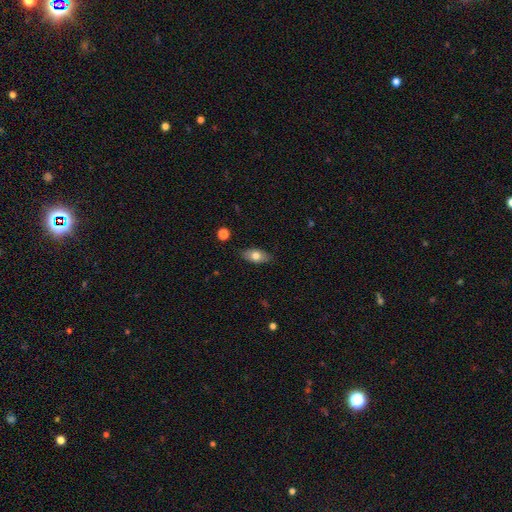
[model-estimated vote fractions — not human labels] Morphology: type=smooth (73%); roundness=in between (88%); merging=none (85%).